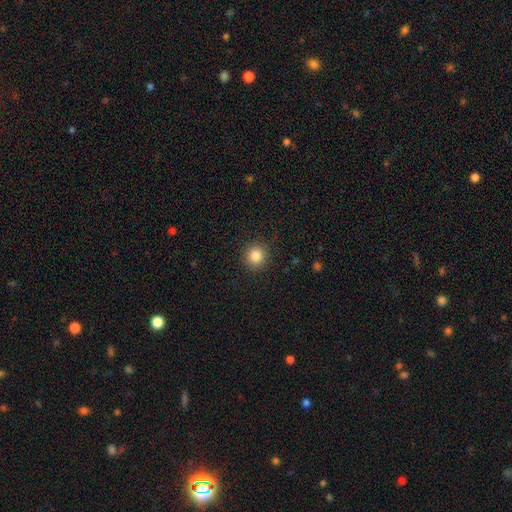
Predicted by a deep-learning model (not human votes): Q: Smooth or featured?
A: smooth (85%); runner-up: star or artifact (10%)
Q: How rounded?
A: round (92%); runner-up: in between (7%)
Q: Merging?
A: none (90%); runner-up: minor disturbance (7%)